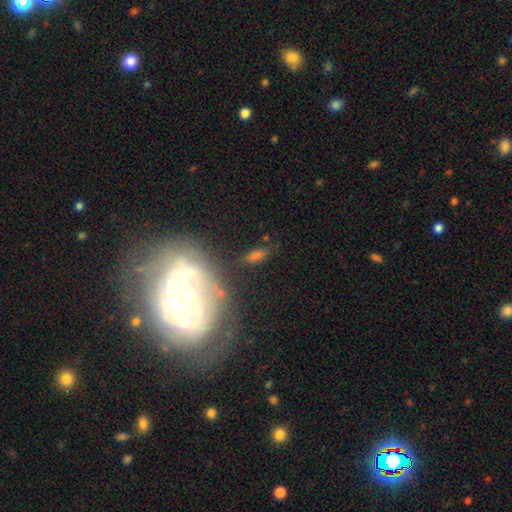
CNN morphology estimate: featured or disk 46%, smooth 40%, star or artifact 13%. Down the decision tree: merging — none (67%).